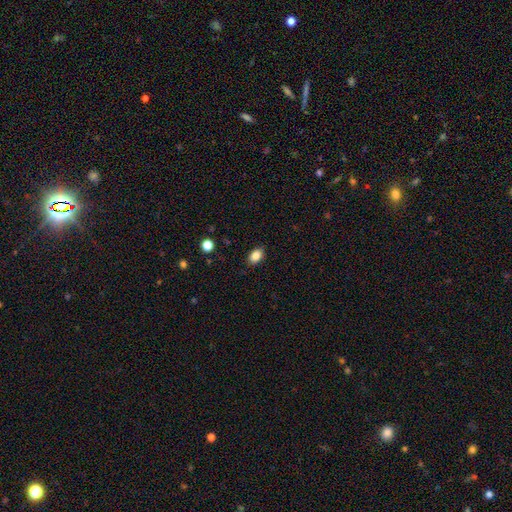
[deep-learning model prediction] This appears to be a smooth galaxy with no disk features (86%) that is in between round and cigar-shaped (83%). Merging: none (88%).